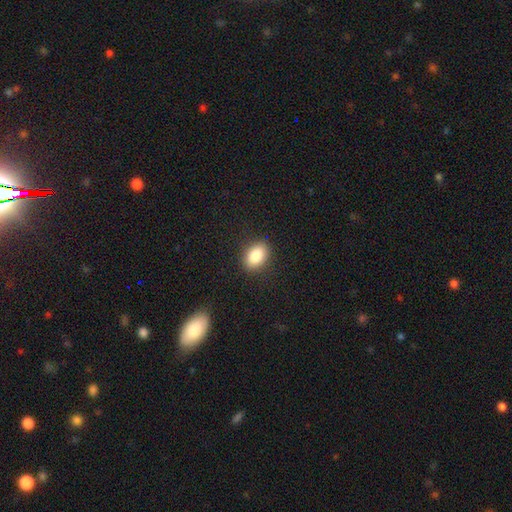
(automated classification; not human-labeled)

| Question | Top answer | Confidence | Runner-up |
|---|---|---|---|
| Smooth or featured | smooth | 86% | star or artifact (8%) |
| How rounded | in between | 79% | round (20%) |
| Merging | none | 88% | minor disturbance (8%) |